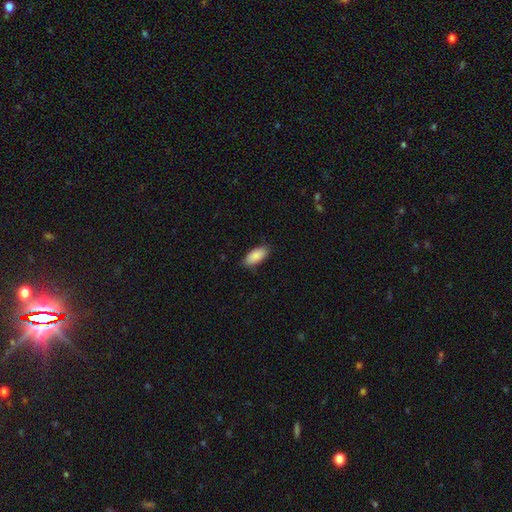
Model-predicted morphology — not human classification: smooth-or-featured: smooth: 88% | star or artifact: 6% | featured or disk: 6%
  how-rounded: in between: 90% | cigar-shaped: 8% | round: 2%
  merging: none: 84% | minor disturbance: 13% | major disturbance: 2% | merger: 1%